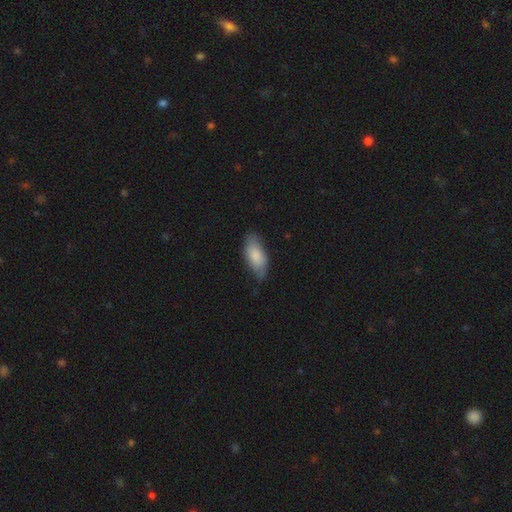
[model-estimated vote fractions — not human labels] Smooth or featured? smooth (81%)
How rounded? in between (88%)
Merging? none (69%)